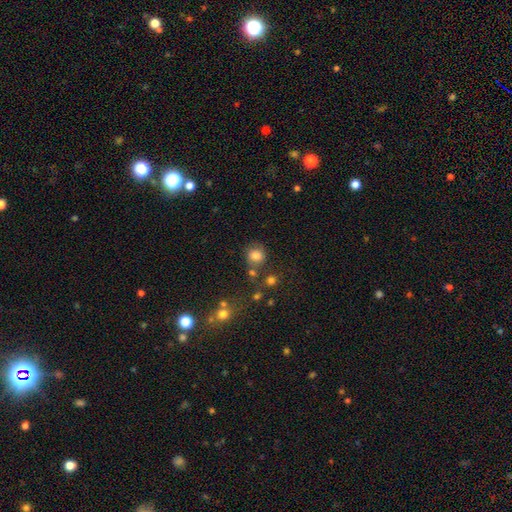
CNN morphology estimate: Q: Smooth or featured?
A: smooth (78%); runner-up: star or artifact (13%)
Q: How rounded?
A: round (79%); runner-up: in between (20%)
Q: Merging?
A: none (66%); runner-up: minor disturbance (17%)